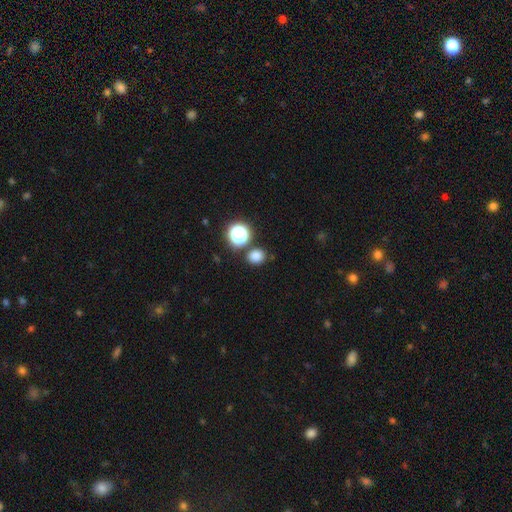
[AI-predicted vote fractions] Smooth or featured? Predicted: smooth (p=0.79). How rounded? Predicted: round (p=0.65). Merging? Predicted: none (p=0.80).